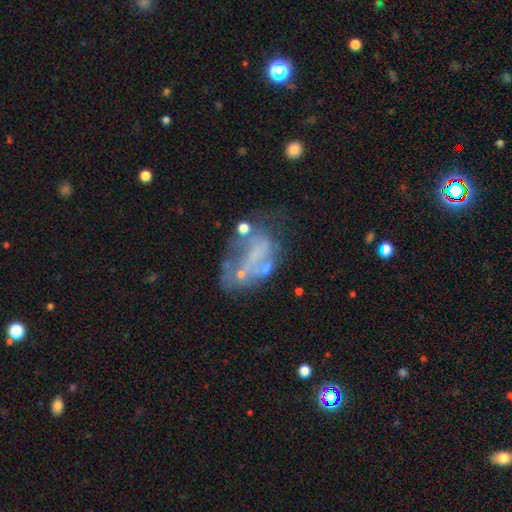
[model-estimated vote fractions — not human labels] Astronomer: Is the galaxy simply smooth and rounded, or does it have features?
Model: featured or disk — 57%.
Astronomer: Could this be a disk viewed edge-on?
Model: no — 97%.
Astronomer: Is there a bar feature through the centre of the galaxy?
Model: no — 80%.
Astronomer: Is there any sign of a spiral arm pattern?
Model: no — 84%.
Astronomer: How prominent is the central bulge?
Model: none — 71%.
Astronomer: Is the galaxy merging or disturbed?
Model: major disturbance — 34% (runner-up: none, 30%).